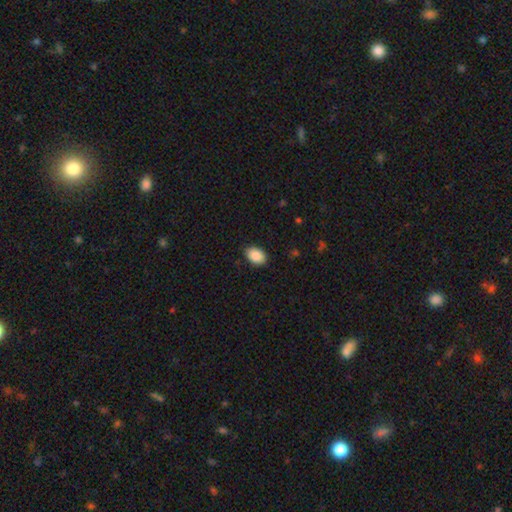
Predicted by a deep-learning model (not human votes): This is clearly a smooth galaxy (90%). How rounded: clearly in between (88%). Merging: clearly none (88%).